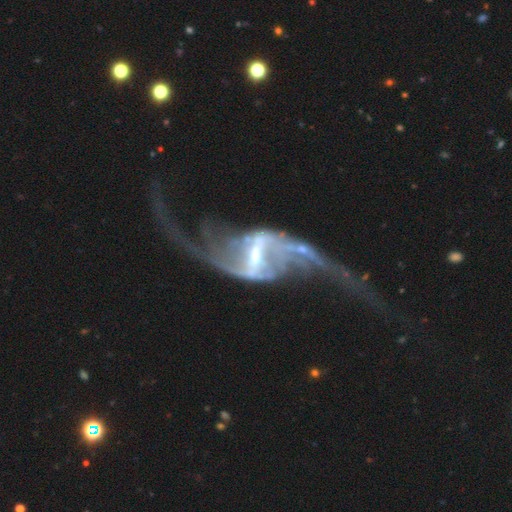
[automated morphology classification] Smooth or featured: featured or disk — 90% (star or artifact — 6%)
Edge-on disk: no — 96% (yes — 4%)
Bar: strong — 57% (weak — 33%)
Spiral arms: yes — 92% (no — 8%)
Spiral winding: loose — 82% (medium — 13%)
Spiral arm count: 2 — 87% (can't tell — 4%)
Bulge size: small — 47% (moderate — 41%)
Merging: major disturbance — 39% (none — 31%)